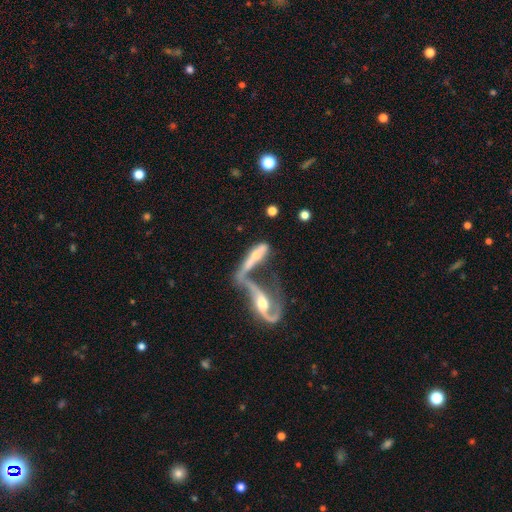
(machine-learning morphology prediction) featured or disk 63%, smooth 30%, star or artifact 7%. Down the decision tree: edge-on disk — no (55%); merging — merger (70%).